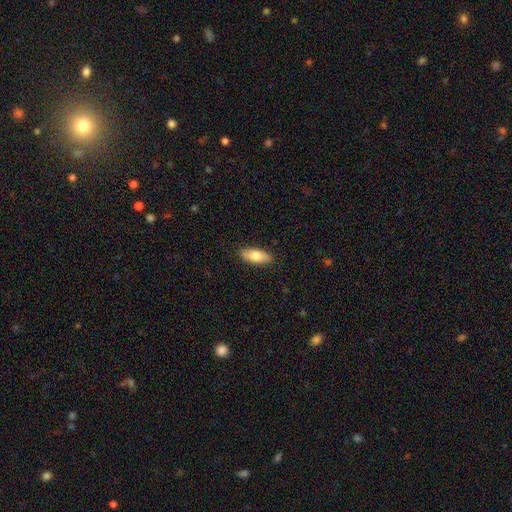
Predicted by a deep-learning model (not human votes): The model was most divided on "smooth or featured": smooth: 78%, featured or disk: 16%, star or artifact: 6%. More confident: merging — none (88%); how rounded — in between (81%).